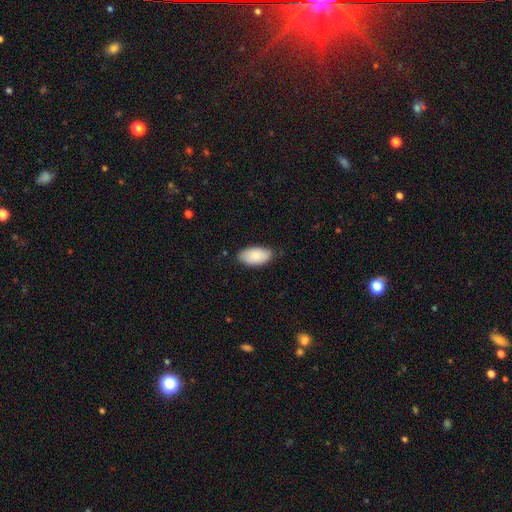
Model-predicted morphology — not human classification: Smooth or featured? smooth (84%)
How rounded? in between (95%)
Merging? none (78%)